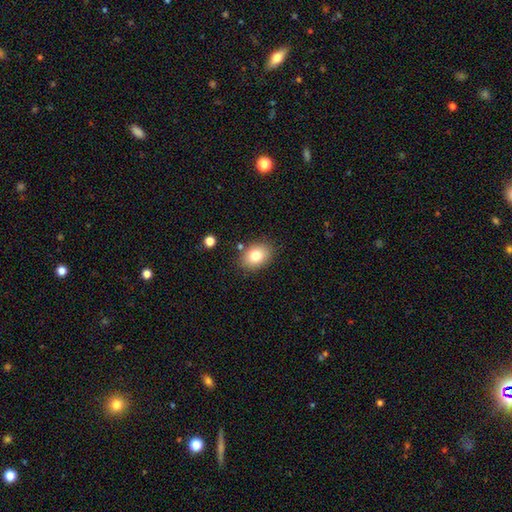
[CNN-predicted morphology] Smooth or featured? Predicted: smooth (p=0.80). How rounded? Predicted: in between (p=0.68). Merging? Predicted: none (p=0.83).